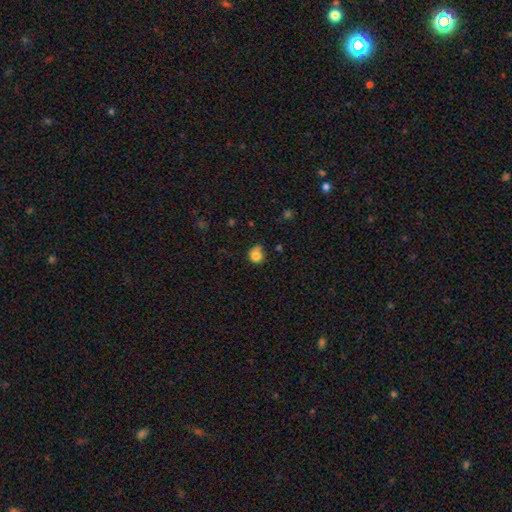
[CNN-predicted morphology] This appears to be a smooth galaxy with no disk features (80%) that is round (76%). Merging: none (50%).